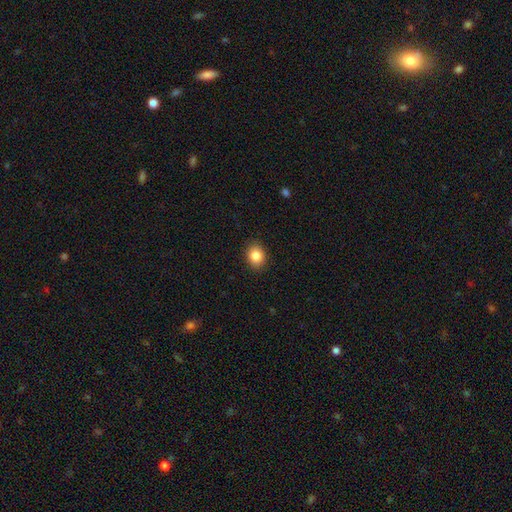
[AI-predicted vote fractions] Smooth or featured? smooth (86%)
How rounded? round (57%)
Merging? none (90%)